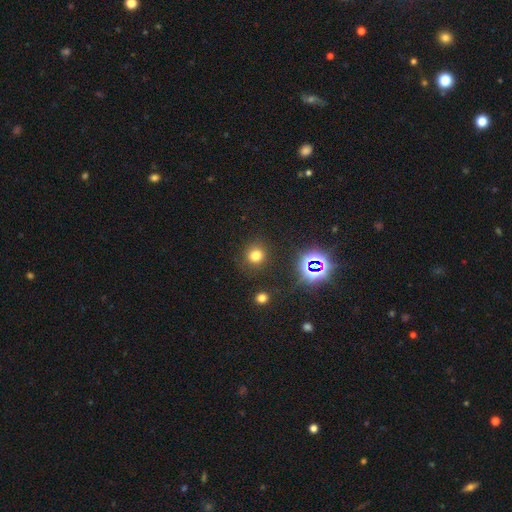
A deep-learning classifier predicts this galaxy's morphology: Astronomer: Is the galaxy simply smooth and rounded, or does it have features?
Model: smooth — 71%.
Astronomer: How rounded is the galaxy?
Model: round — 89%.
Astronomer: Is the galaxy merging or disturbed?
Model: none — 87%.